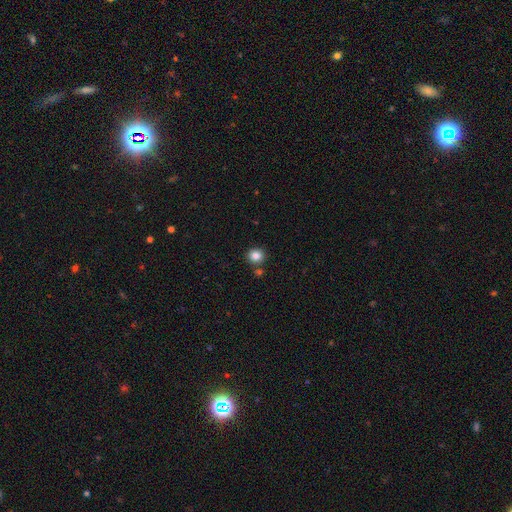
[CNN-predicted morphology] Smooth or featured? Predicted: smooth (p=0.85). How rounded? Predicted: round (p=0.86). Merging? Predicted: none (p=0.81).